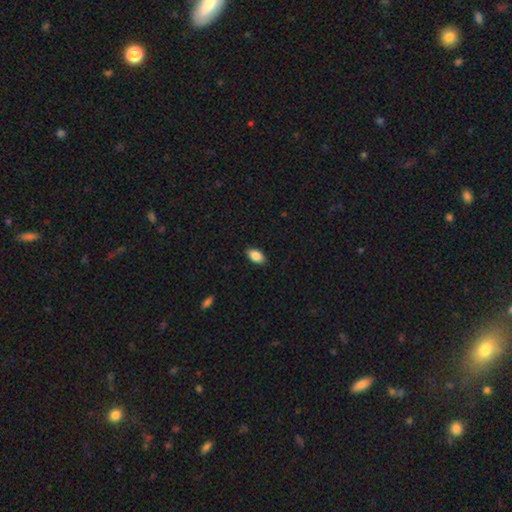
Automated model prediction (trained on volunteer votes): Q: Smooth or featured?
A: smooth (86%); runner-up: star or artifact (7%)
Q: How rounded?
A: in between (92%); runner-up: round (5%)
Q: Merging?
A: none (88%); runner-up: minor disturbance (9%)